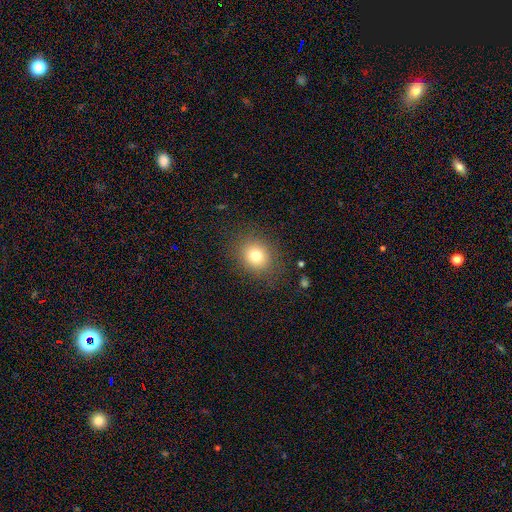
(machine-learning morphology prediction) type=smooth (77%); roundness=round (75%); merging=none (84%).